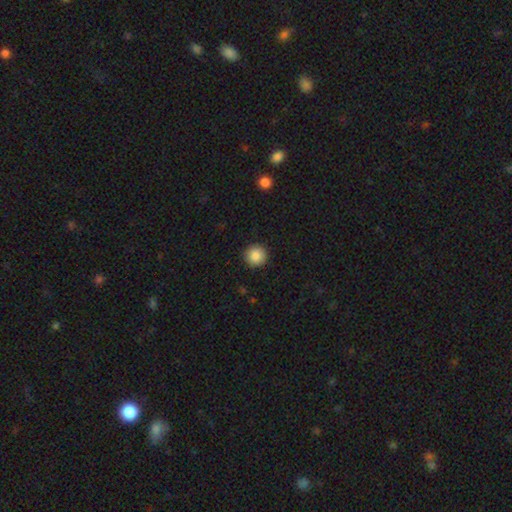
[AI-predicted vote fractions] Smooth or featured? Predicted: smooth (p=0.88). How rounded? Predicted: round (p=0.95). Merging? Predicted: none (p=0.93).